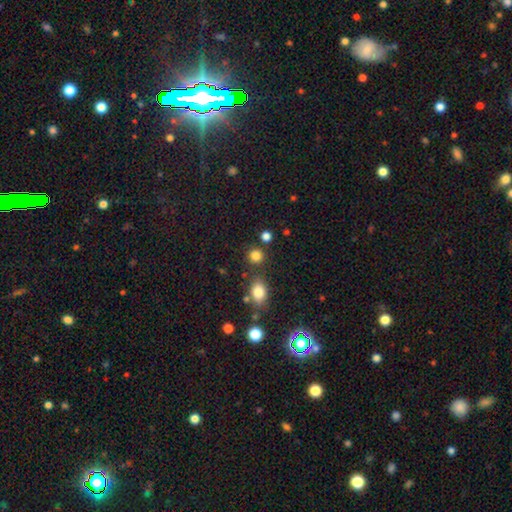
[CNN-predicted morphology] A smooth galaxy with no disk features (82%) that is round (86%). Merging: none (79%).